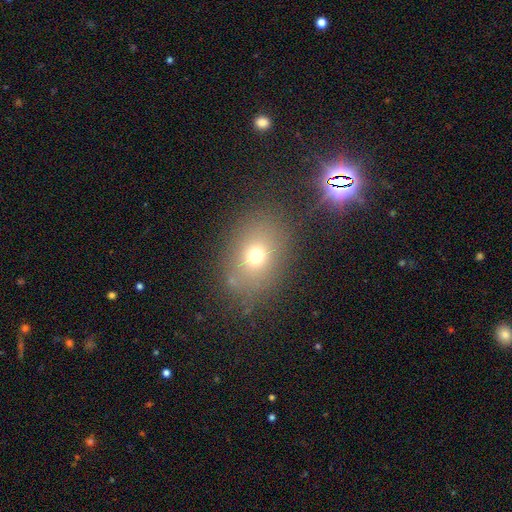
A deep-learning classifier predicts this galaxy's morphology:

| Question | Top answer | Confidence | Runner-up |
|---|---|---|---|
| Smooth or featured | smooth | 68% | star or artifact (17%) |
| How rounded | in between | 65% | round (33%) |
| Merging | none | 75% | minor disturbance (14%) |